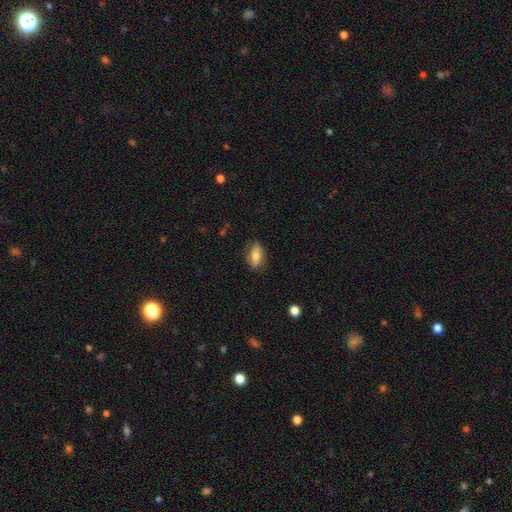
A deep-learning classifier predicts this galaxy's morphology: A smooth galaxy with no disk features (70%) that is in between round and cigar-shaped (80%).

Vote fractions:
- Smooth or featured? smooth: 70% / featured or disk: 23% / star or artifact: 7%
- How rounded? in between: 80% / cigar-shaped: 15% / round: 5%
- Merging? none: 79% / minor disturbance: 16% / major disturbance: 4% / merger: 1%